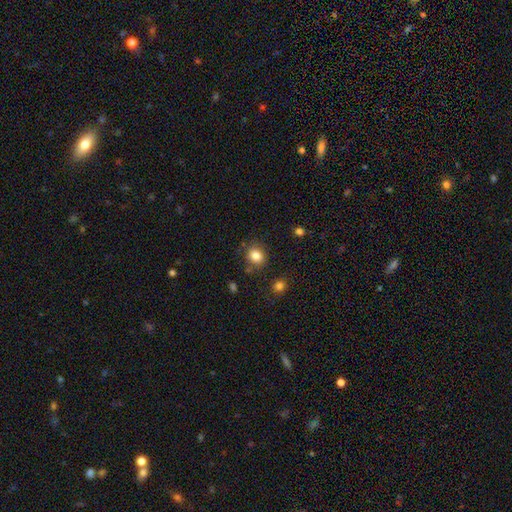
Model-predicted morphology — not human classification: smooth 84%, star or artifact 11%, featured or disk 6%. Down the decision tree: how rounded — round (72%); merging — none (80%).